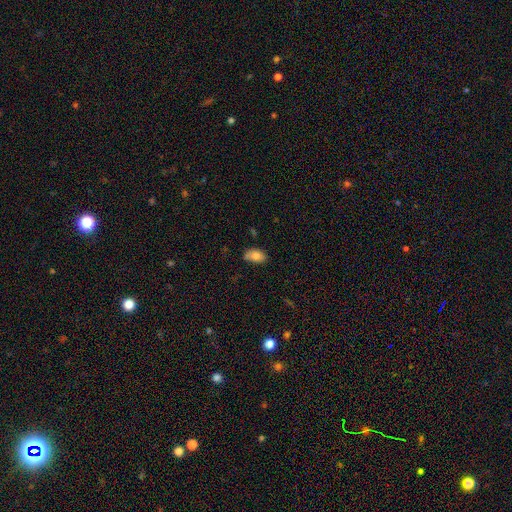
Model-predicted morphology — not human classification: A smooth galaxy with no disk features (81%) that is in between round and cigar-shaped (92%).

Vote fractions:
- Smooth or featured? smooth: 81% / featured or disk: 11% / star or artifact: 8%
- How rounded? in between: 92% / round: 6% / cigar-shaped: 2%
- Merging? none: 68% / minor disturbance: 25% / major disturbance: 4% / merger: 2%